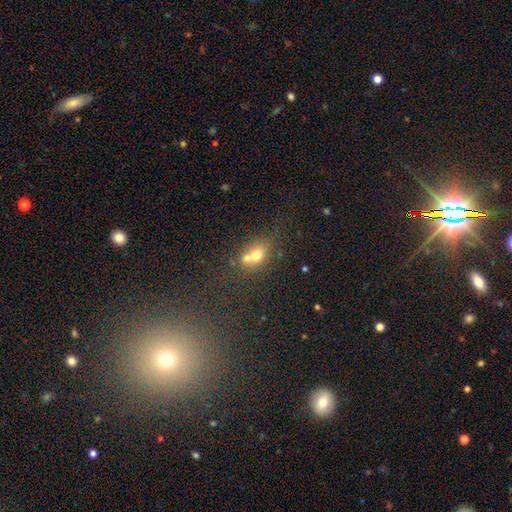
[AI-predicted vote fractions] Smooth or featured: smooth — 63% (featured or disk — 20%)
How rounded: in between — 53% (round — 44%)
Merging: merger — 52% (none — 32%)